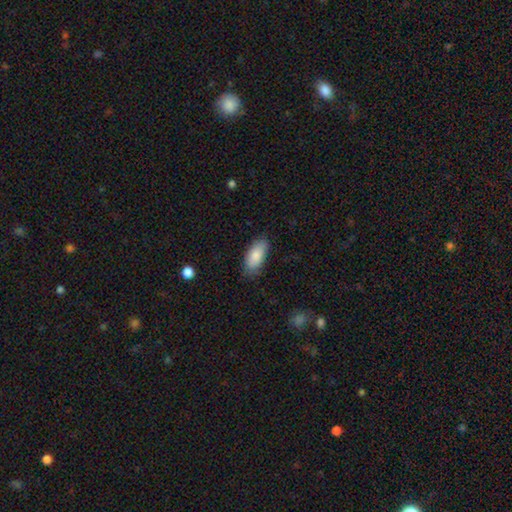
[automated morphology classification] Overall: smooth (86%). How rounded: in between (89%). Merging: none (80%).